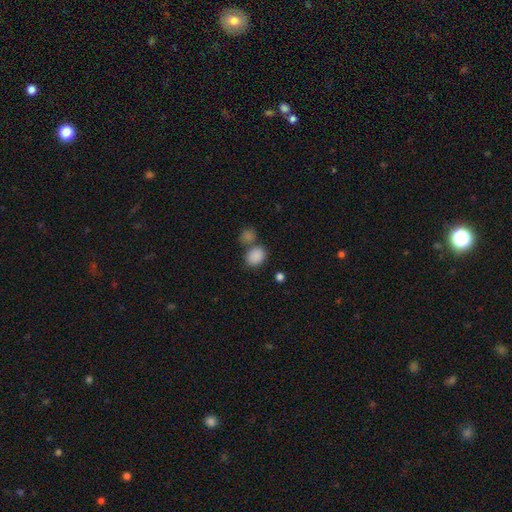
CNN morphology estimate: The model was most divided on "merging": none: 54%, merger: 30%, minor disturbance: 11%, major disturbance: 5%. More confident: smooth or featured — smooth (86%); how rounded — in between (62%).